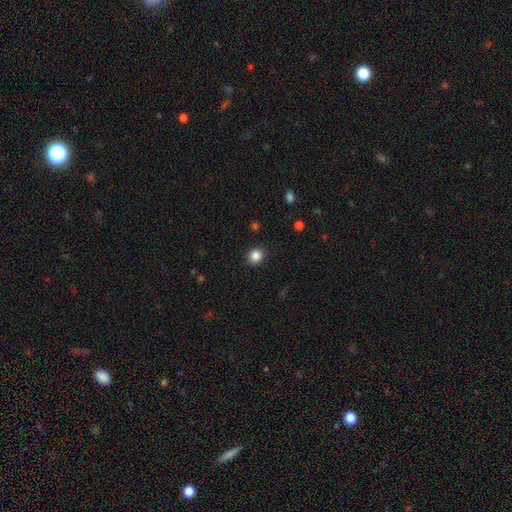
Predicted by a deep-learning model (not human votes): smooth 85%, star or artifact 11%, featured or disk 4%. Down the decision tree: how rounded — round (84%); merging — none (90%).